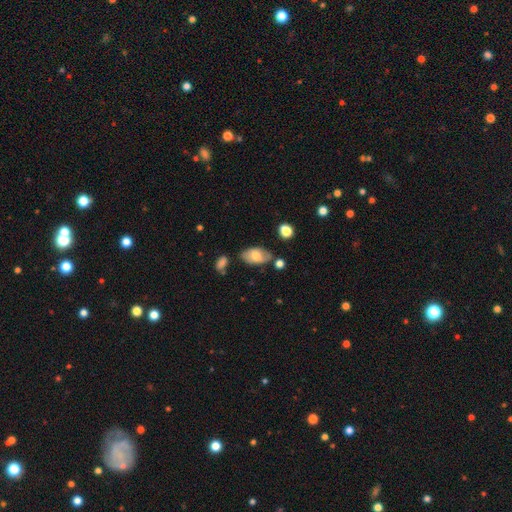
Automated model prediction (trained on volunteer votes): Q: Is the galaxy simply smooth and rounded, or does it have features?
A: smooth — 64%.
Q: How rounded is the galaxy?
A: in between — 93%.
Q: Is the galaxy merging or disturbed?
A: none — 68%.